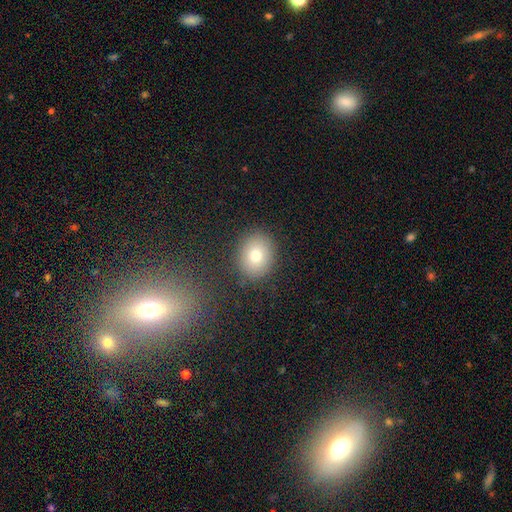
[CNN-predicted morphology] smooth_or_featured: smooth (p=0.76) [alt: featured or disk p=0.12]
how_rounded: round (p=0.52) [alt: in between p=0.47]
merging: none (p=0.87) [alt: minor disturbance p=0.08]